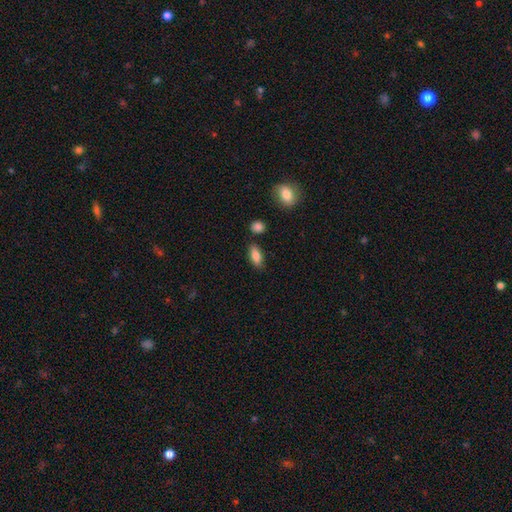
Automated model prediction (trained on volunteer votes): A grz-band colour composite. It shows a smooth galaxy with no disk features (83%) that is in between round and cigar-shaped (82%). Merging: none (83%).